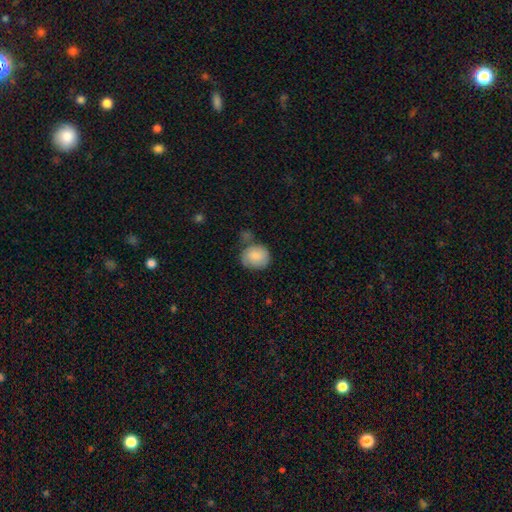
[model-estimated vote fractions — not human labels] A smooth galaxy with no disk features (83%) that is round (72%). Merging: none (57%).